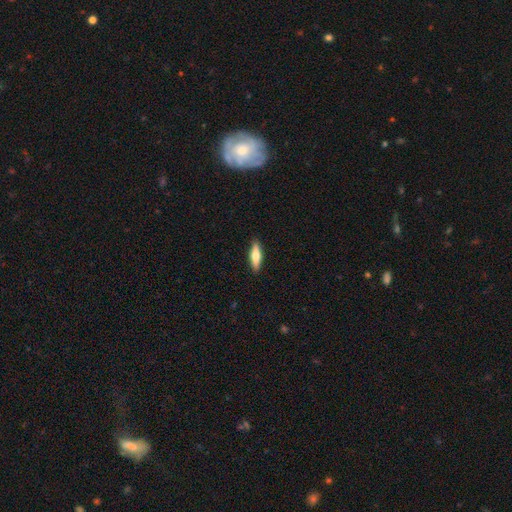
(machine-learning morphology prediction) This is likely a smooth galaxy (62%). How rounded: likely cigar-shaped (64%). Merging: clearly none (90%).